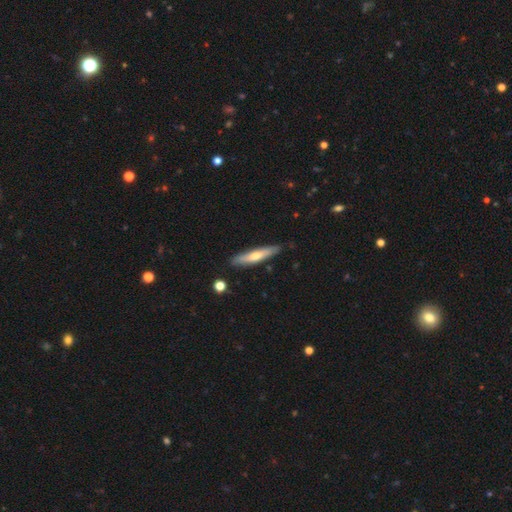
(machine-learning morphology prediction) The model was most divided on "smooth or featured": smooth: 52%, featured or disk: 42%, star or artifact: 6%. More confident: how rounded — cigar-shaped (87%); merging — none (84%).